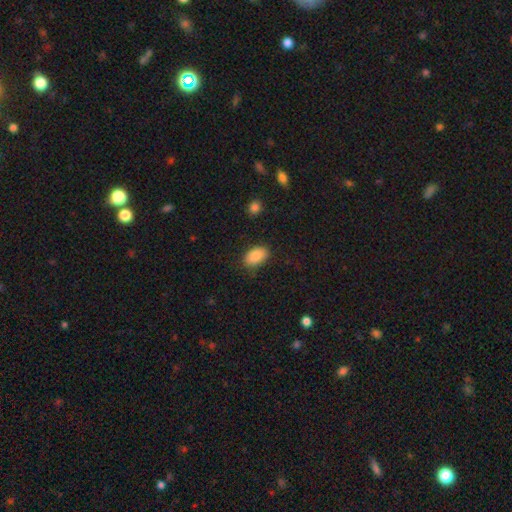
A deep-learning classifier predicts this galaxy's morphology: A smooth galaxy with no disk features (87%) that is in between round and cigar-shaped (92%).

Vote fractions:
- Smooth or featured? smooth: 87% / star or artifact: 7% / featured or disk: 6%
- How rounded? in between: 92% / round: 7% / cigar-shaped: 1%
- Merging? none: 83% / minor disturbance: 13% / major disturbance: 3% / merger: 1%